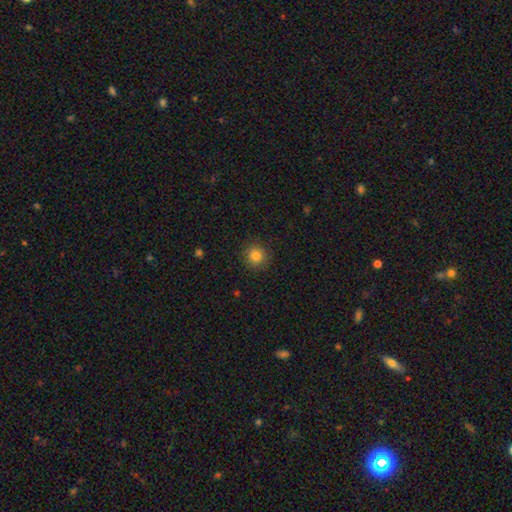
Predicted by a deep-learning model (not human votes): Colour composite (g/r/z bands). It shows a smooth galaxy with no disk features (83%) that is round (93%). Merging: none (91%).